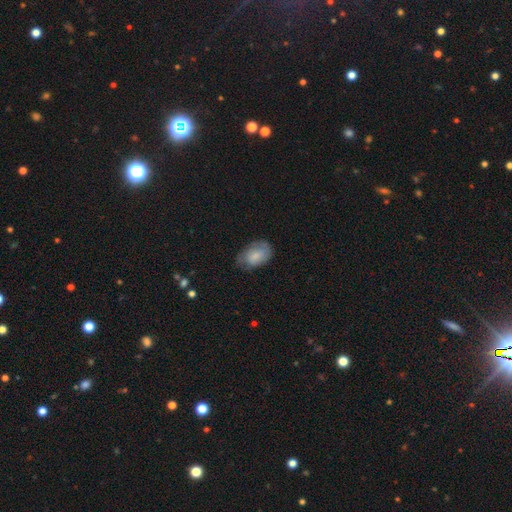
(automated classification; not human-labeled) Morphology: type=smooth (72%); roundness=in between (89%); merging=none (62%).